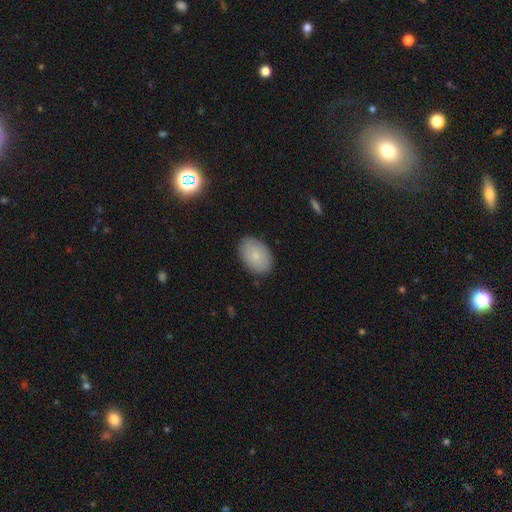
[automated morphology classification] Overall: smooth (80%). How rounded: in between (86%). Merging: none (86%).